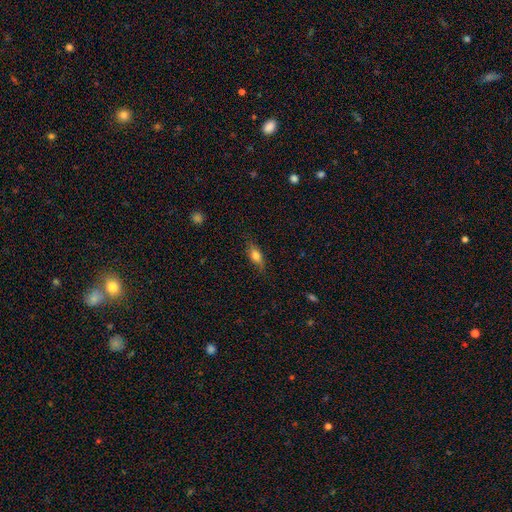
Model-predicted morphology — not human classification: Smooth or featured? Predicted: smooth (p=0.73). How rounded? Predicted: in between (p=0.73). Merging? Predicted: none (p=0.77).